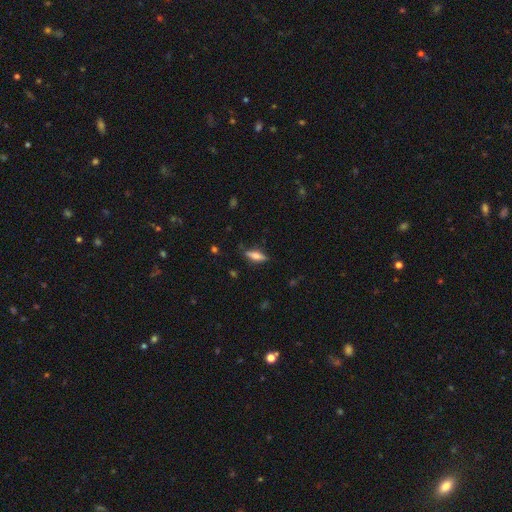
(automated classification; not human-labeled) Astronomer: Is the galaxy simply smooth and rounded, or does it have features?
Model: smooth — 49% (runner-up: featured or disk, 44%).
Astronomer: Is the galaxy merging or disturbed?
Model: none — 79%.